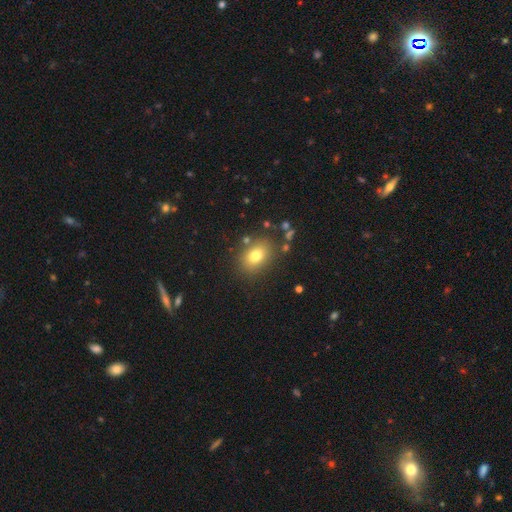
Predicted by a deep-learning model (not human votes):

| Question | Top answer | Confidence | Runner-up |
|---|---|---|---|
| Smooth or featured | smooth | 77% | star or artifact (12%) |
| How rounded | in between | 68% | round (31%) |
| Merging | none | 83% | minor disturbance (10%) |